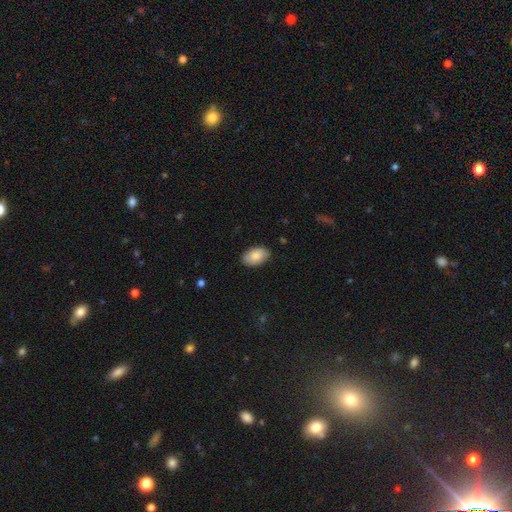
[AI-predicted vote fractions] Overall: smooth (85%). How rounded: in between (94%). Merging: none (85%).